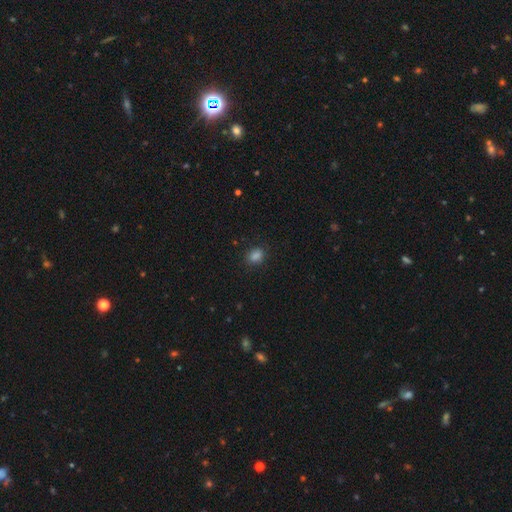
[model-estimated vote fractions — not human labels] Smooth or featured?
  - smooth: 86% *
  - star or artifact: 11%
  - featured or disk: 3%
How rounded?
  - in between: 65% *
  - round: 34%
  - cigar-shaped: 1%
Merging?
  - none: 85% *
  - minor disturbance: 11%
  - major disturbance: 3%
  - merger: 1%